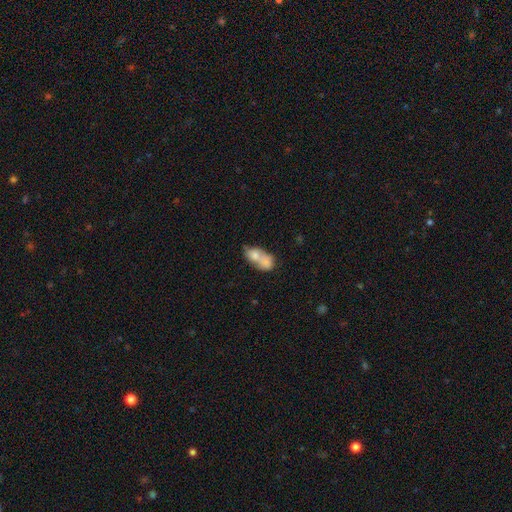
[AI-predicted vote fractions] Overall: smooth (67%). How rounded: in between (71%). Merging: merger (70%).